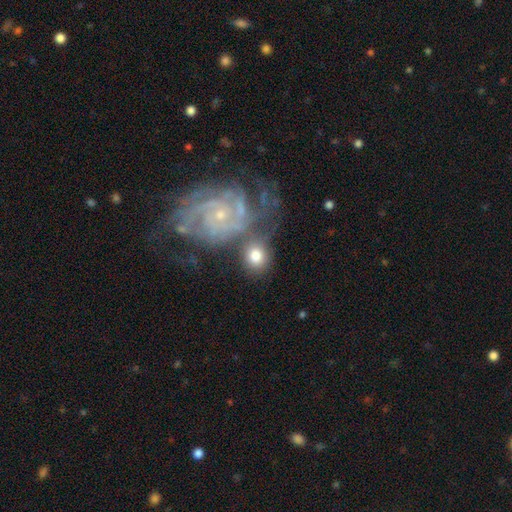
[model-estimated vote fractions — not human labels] A smooth galaxy with no disk features (64%) that is round (72%).

Vote fractions:
- Smooth or featured? smooth: 64% / featured or disk: 28% / star or artifact: 8%
- How rounded? round: 72% / in between: 27% / cigar-shaped: 1%
- Merging? none: 58% / merger: 21% / minor disturbance: 14% / major disturbance: 7%